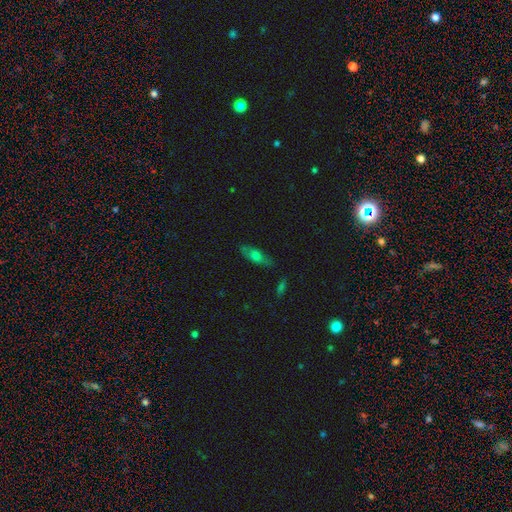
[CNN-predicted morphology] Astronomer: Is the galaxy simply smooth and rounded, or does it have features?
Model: smooth — 62%.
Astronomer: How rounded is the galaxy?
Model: in between — 65%.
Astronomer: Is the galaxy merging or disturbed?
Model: none — 78%.